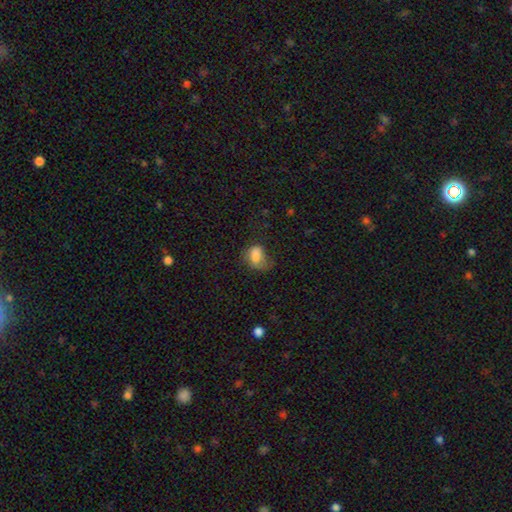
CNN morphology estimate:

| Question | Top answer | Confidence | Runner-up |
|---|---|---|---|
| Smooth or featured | smooth | 75% | featured or disk (15%) |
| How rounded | in between | 81% | round (17%) |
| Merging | major disturbance | 35% | none (32%) |